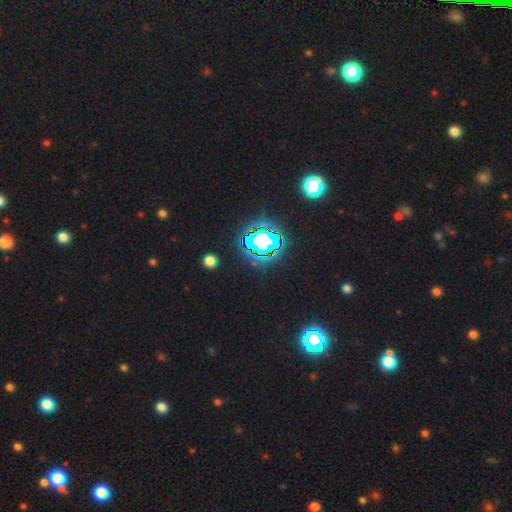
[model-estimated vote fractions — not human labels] Smooth or featured? Predicted: star or artifact (p=0.83).